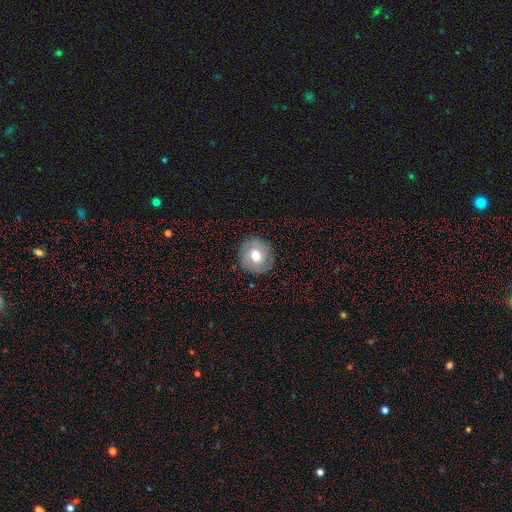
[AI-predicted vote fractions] A smooth galaxy with no disk features (60%) that is round (89%).

Vote fractions:
- Smooth or featured? smooth: 60% / featured or disk: 30% / star or artifact: 10%
- How rounded? round: 89% / in between: 10% / cigar-shaped: 1%
- Merging? none: 86% / minor disturbance: 10% / major disturbance: 3% / merger: 1%